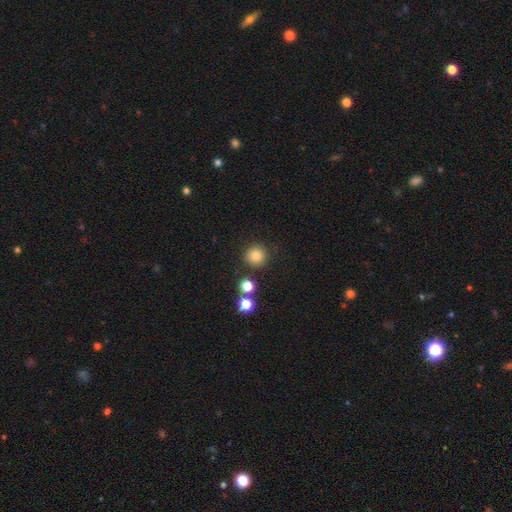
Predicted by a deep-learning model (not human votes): smooth-or-featured: smooth: 81% | star or artifact: 13% | featured or disk: 6%
  how-rounded: round: 94% | in between: 5% | cigar-shaped: 1%
  merging: none: 85% | minor disturbance: 7% | merger: 5% | major disturbance: 3%